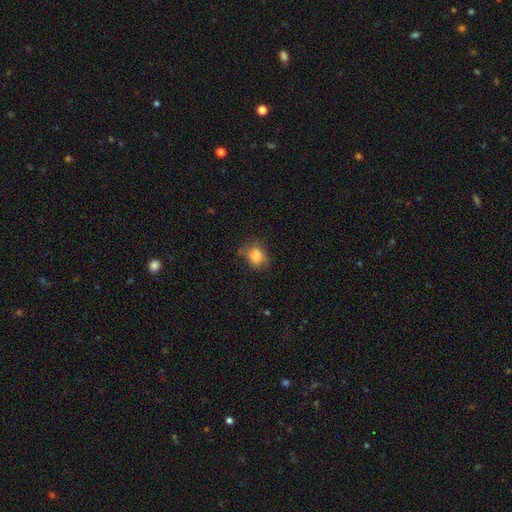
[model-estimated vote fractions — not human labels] This is clearly a smooth galaxy (82%). How rounded: possibly in between (50%). Merging: possibly none (59%).